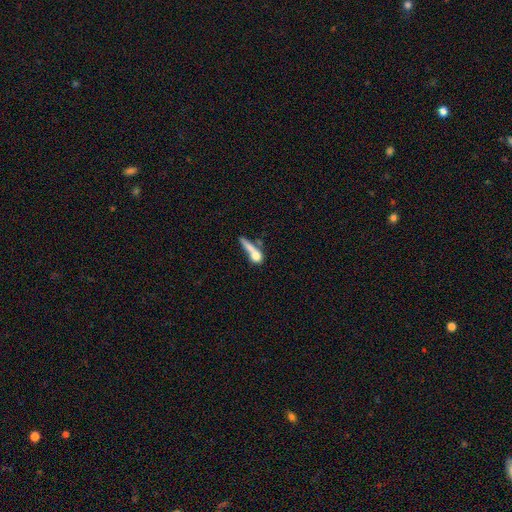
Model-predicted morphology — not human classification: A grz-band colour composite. It shows a smooth galaxy with no disk features (62%) that is cigar-shaped (46%). Merging: merger (30%).